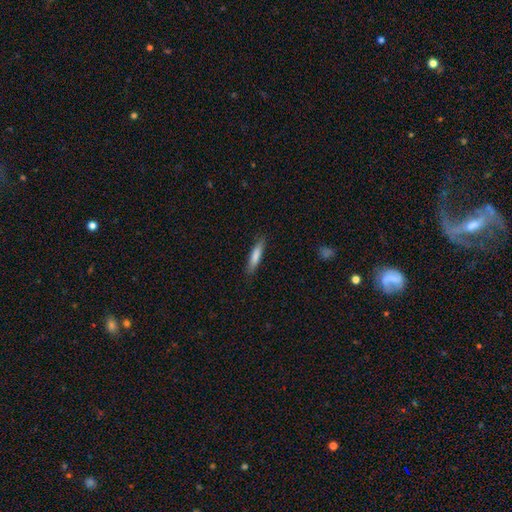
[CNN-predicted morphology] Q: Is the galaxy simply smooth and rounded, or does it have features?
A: smooth — 80%.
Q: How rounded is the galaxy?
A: cigar-shaped — 83%.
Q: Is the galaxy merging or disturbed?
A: none — 86%.